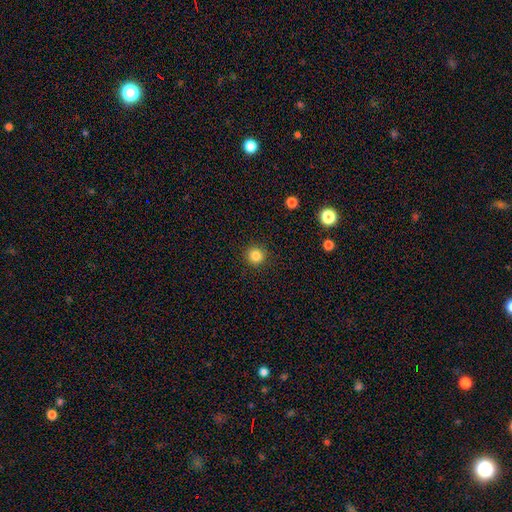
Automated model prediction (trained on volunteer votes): Smooth or featured? Predicted: smooth (p=0.84). How rounded? Predicted: round (p=0.94). Merging? Predicted: none (p=0.92).